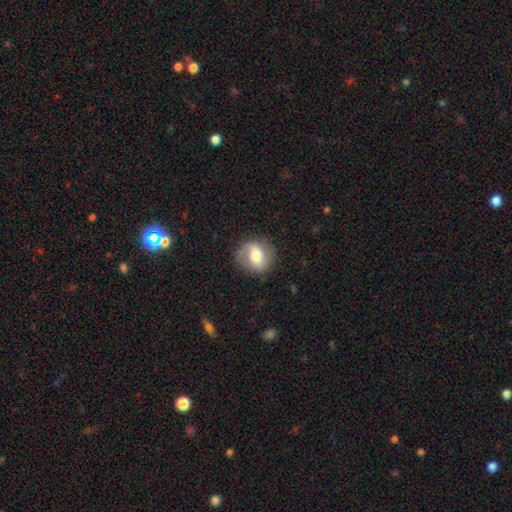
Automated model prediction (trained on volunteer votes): Smooth or featured? Predicted: featured or disk (p=0.51). Edge-on disk? Predicted: no (p=0.96). Merging? Predicted: none (p=0.76).